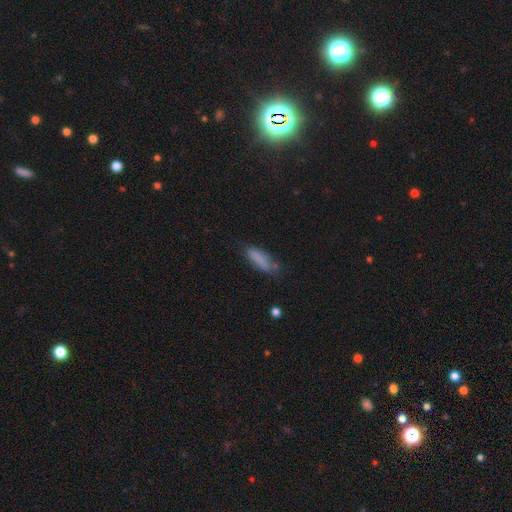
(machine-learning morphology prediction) A smooth galaxy with no disk features (73%) that is cigar-shaped (60%).

Vote fractions:
- Smooth or featured? smooth: 73% / featured or disk: 15% / star or artifact: 12%
- How rounded? cigar-shaped: 60% / in between: 38% / round: 2%
- Merging? none: 63% / minor disturbance: 25% / major disturbance: 8% / merger: 3%